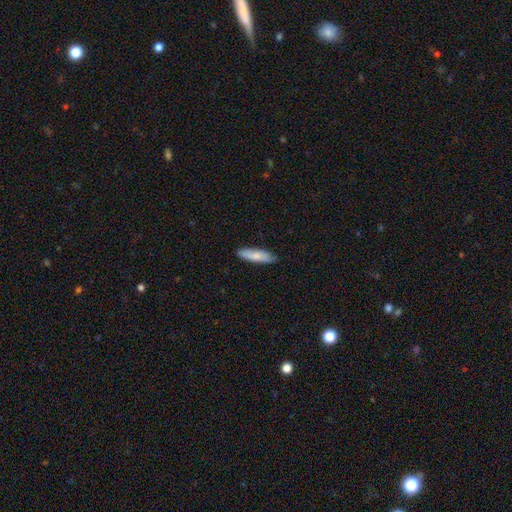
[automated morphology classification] Smooth or featured?
  - smooth: 79% *
  - featured or disk: 16%
  - star or artifact: 5%
How rounded?
  - cigar-shaped: 68% *
  - in between: 31%
  - round: 2%
Merging?
  - none: 87% *
  - minor disturbance: 10%
  - major disturbance: 2%
  - merger: 1%